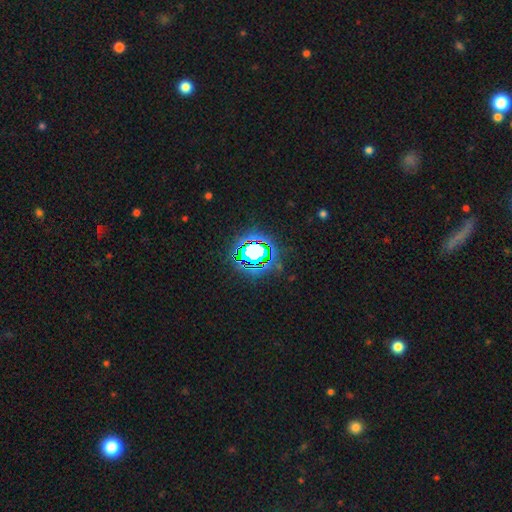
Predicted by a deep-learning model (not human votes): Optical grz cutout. It shows a star or artifact, not a galaxy (74%).